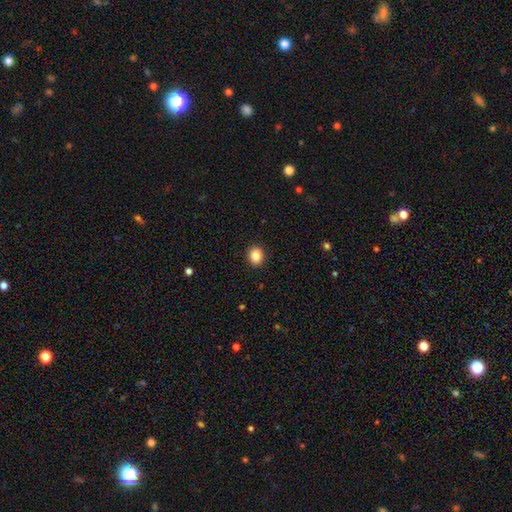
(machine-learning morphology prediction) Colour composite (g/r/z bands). It shows a smooth galaxy with no disk features (85%) that is round (73%). Merging: none (92%).